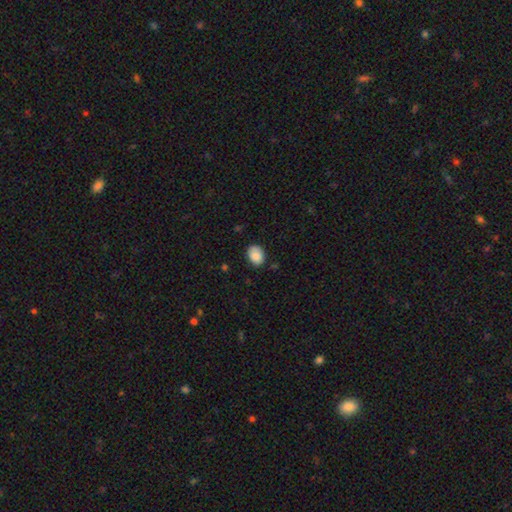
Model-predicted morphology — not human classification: Smooth or featured? smooth (87%)
How rounded? in between (67%)
Merging? none (79%)